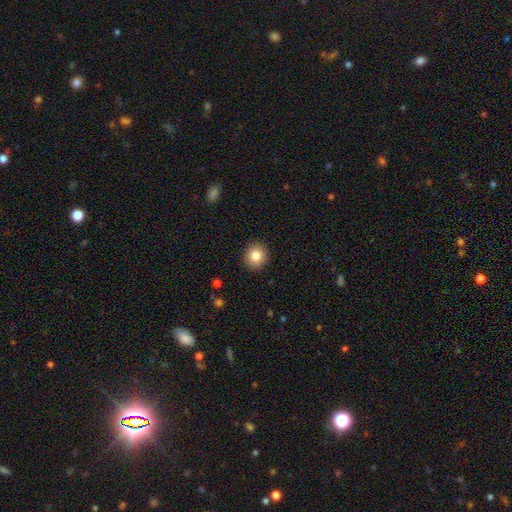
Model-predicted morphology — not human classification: Smooth or featured? smooth (83%)
How rounded? round (90%)
Merging? none (92%)